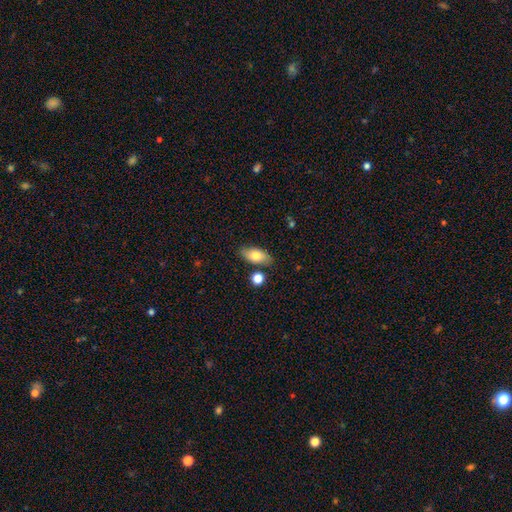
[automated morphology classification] A smooth galaxy with no disk features (77%) that is in between round and cigar-shaped (88%).

Vote fractions:
- Smooth or featured? smooth: 77% / featured or disk: 16% / star or artifact: 7%
- How rounded? in between: 88% / cigar-shaped: 8% / round: 5%
- Merging? none: 80% / minor disturbance: 12% / merger: 6% / major disturbance: 3%